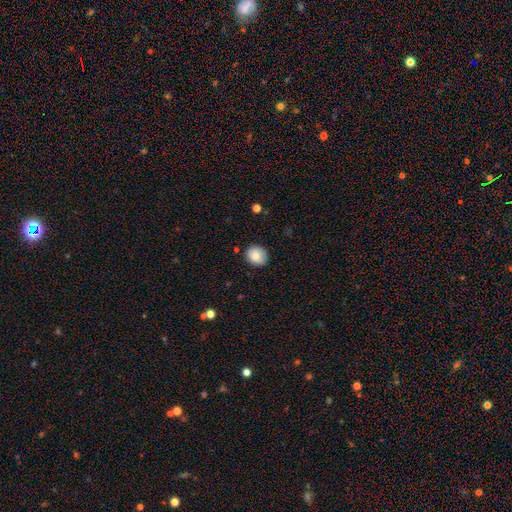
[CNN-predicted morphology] smooth_or_featured: smooth (p=0.83) [alt: featured or disk p=0.08]
how_rounded: round (p=0.68) [alt: in between p=0.31]
merging: none (p=0.87) [alt: minor disturbance p=0.10]